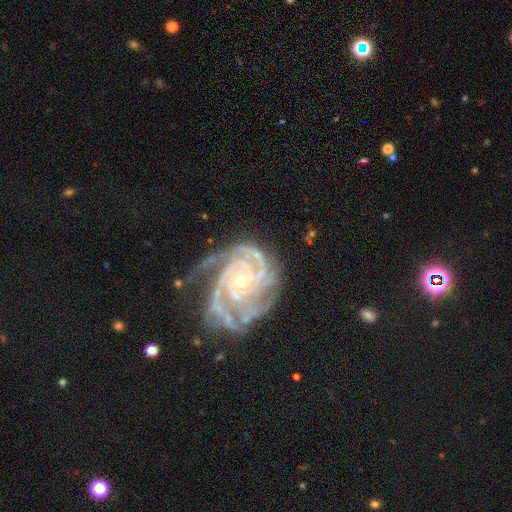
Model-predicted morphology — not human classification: type=featured or disk (91%); edge-on=no (98%); bar=no (71%); spiral arms=yes (98%); winding=tight (74%); arm count=3 (27%); bulge=small (59%); merging=none (51%).